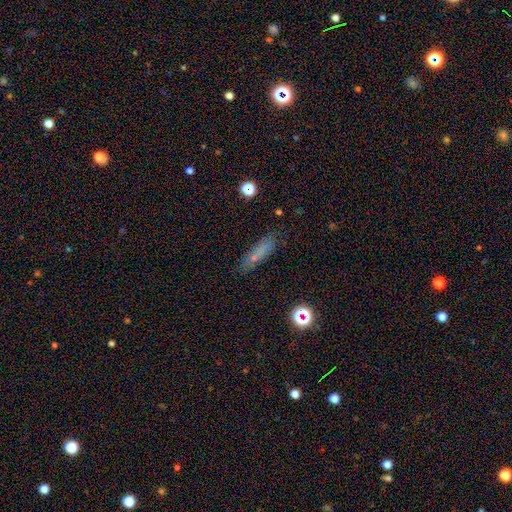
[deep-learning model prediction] A smooth galaxy with no disk features (66%) that is cigar-shaped (76%). Merging: none (80%).